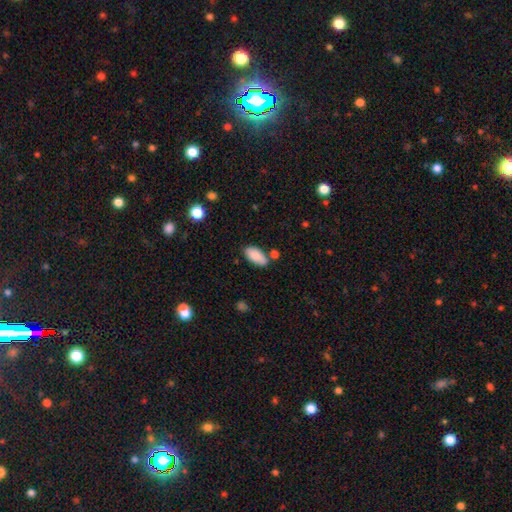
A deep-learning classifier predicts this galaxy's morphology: Smooth or featured? Predicted: smooth (p=0.86). How rounded? Predicted: in between (p=0.92). Merging? Predicted: none (p=0.73).